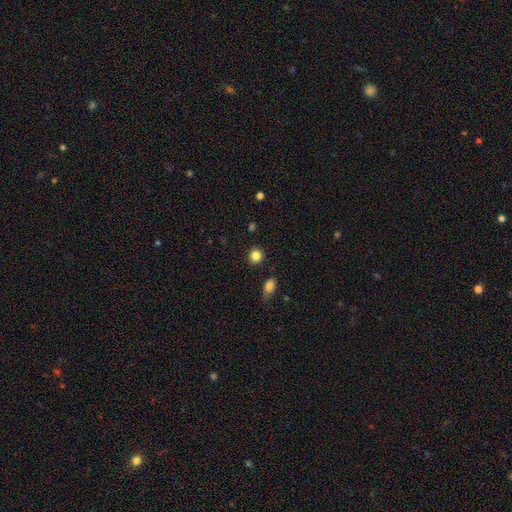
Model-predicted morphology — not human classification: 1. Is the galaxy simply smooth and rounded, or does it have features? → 85% smooth, 11% star or artifact, 5% featured or disk.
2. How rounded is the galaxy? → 86% round, 13% in between, 1% cigar-shaped.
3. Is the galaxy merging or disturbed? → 88% none, 7% minor disturbance, 2% major disturbance, 2% merger.